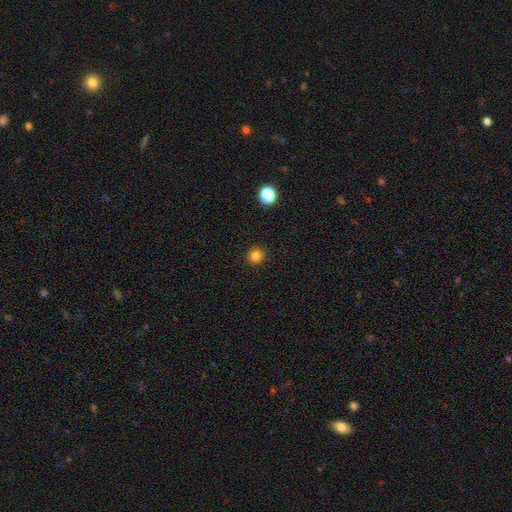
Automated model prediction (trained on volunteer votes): Q: Smooth or featured?
A: smooth (83%); runner-up: star or artifact (13%)
Q: How rounded?
A: round (89%); runner-up: in between (10%)
Q: Merging?
A: none (91%); runner-up: minor disturbance (6%)